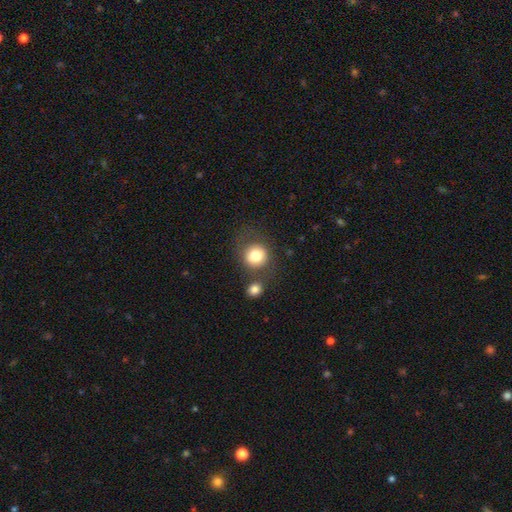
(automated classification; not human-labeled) Smooth or featured? smooth (79%)
How rounded? round (87%)
Merging? none (63%)